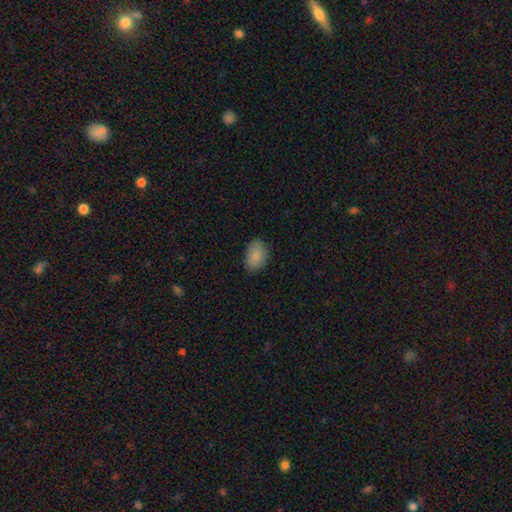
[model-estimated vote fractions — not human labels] Overall: smooth (87%). How rounded: in between (86%). Merging: none (82%).